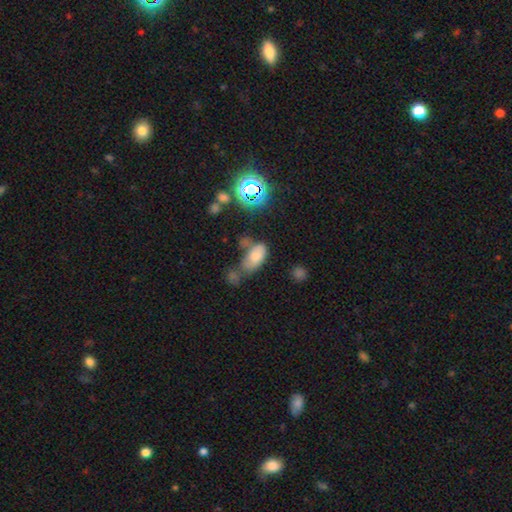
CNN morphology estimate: Q: Smooth or featured?
A: smooth (68%); runner-up: star or artifact (17%)
Q: How rounded?
A: in between (91%); runner-up: round (6%)
Q: Merging?
A: merger (31%); tied with: none (31%)